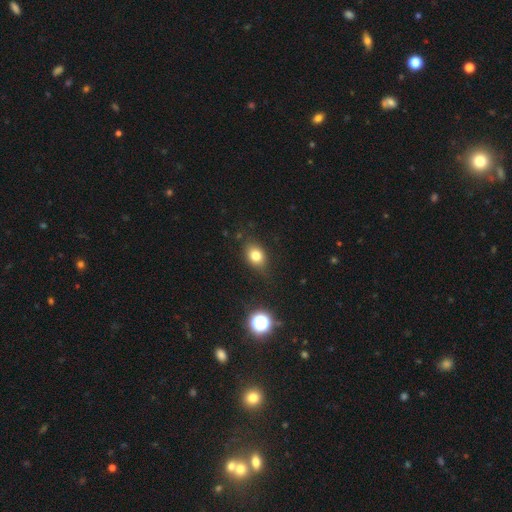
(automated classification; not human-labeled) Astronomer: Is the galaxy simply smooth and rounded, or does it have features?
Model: smooth — 78%.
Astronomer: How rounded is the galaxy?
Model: in between — 64%.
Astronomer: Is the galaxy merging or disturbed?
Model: none — 79%.